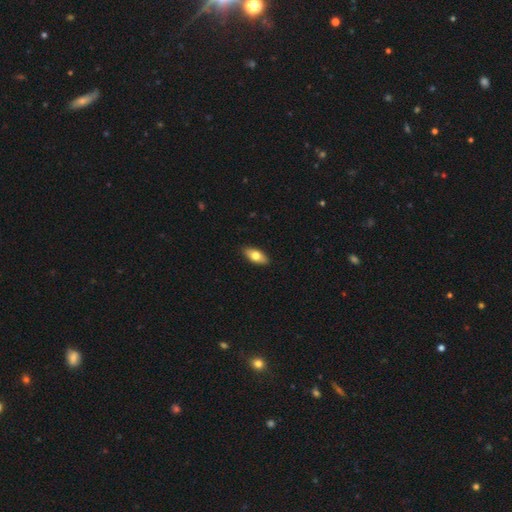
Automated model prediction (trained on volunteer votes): Q: Smooth or featured?
A: smooth (72%); runner-up: featured or disk (21%)
Q: How rounded?
A: in between (87%); runner-up: cigar-shaped (10%)
Q: Merging?
A: none (90%); runner-up: minor disturbance (8%)